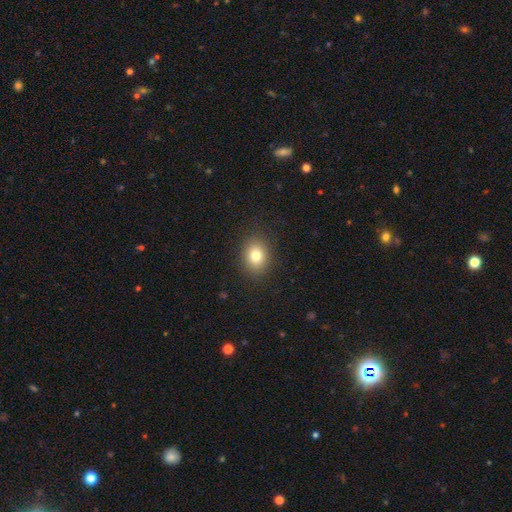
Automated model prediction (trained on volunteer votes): Morphology: type=smooth (80%); roundness=in between (56%); merging=none (88%).